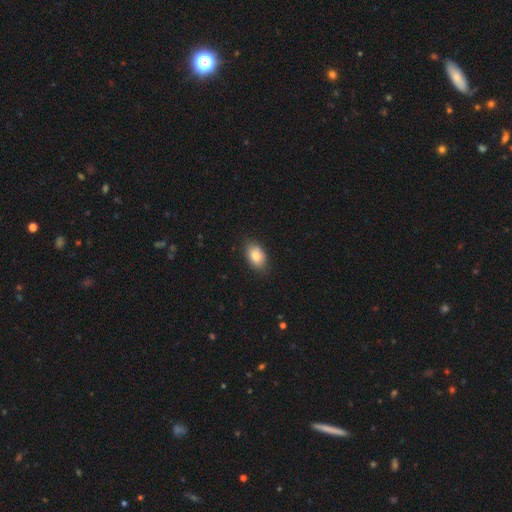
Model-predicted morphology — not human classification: Smooth or featured?
  - smooth: 82% *
  - featured or disk: 10%
  - star or artifact: 8%
How rounded?
  - in between: 85% *
  - round: 14%
  - cigar-shaped: 2%
Merging?
  - none: 82% *
  - minor disturbance: 15%
  - major disturbance: 3%
  - merger: 1%